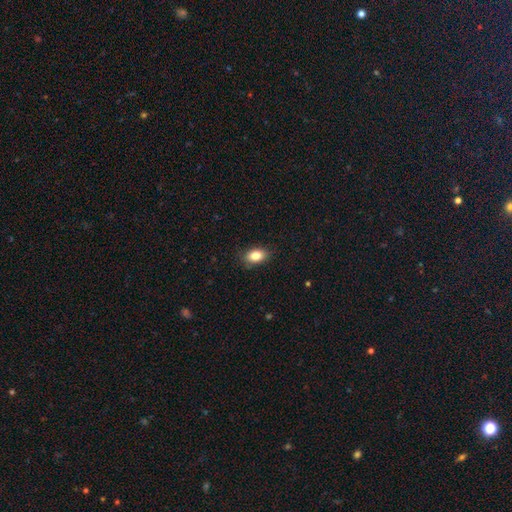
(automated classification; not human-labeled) This is clearly a smooth galaxy (84%). How rounded: clearly in between (86%). Merging: clearly none (84%).